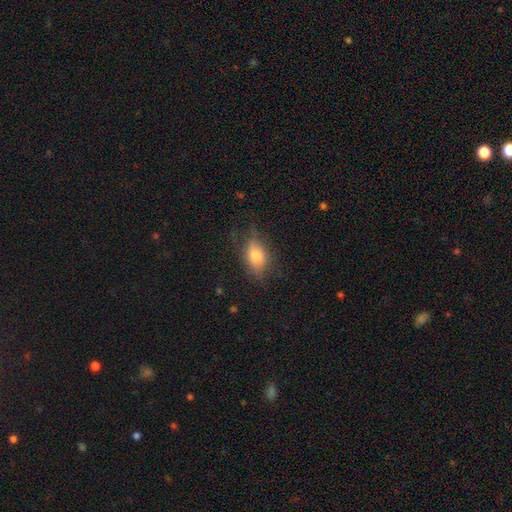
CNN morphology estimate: type=smooth (74%); roundness=in between (83%); merging=none (64%).